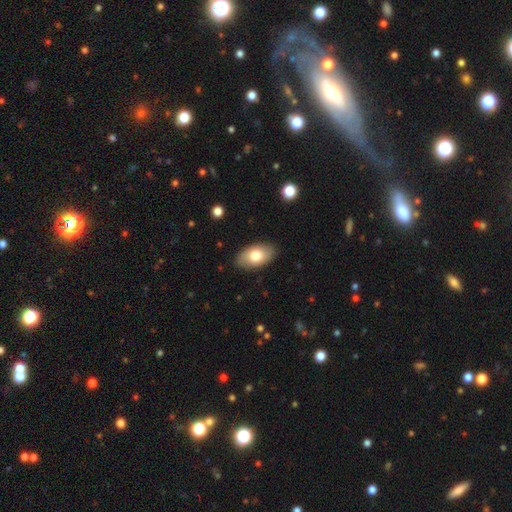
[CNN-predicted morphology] smooth-or-featured: smooth: 75% | featured or disk: 18% | star or artifact: 6%
  how-rounded: in between: 94% | round: 4% | cigar-shaped: 2%
  merging: none: 87% | minor disturbance: 10% | major disturbance: 2% | merger: 1%